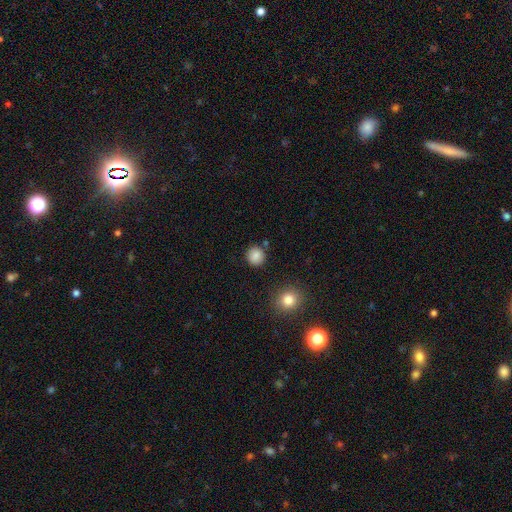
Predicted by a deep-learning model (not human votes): The model was most divided on "smooth or featured": smooth: 86%, star or artifact: 10%, featured or disk: 4%. More confident: how rounded — round (92%); merging — none (87%).